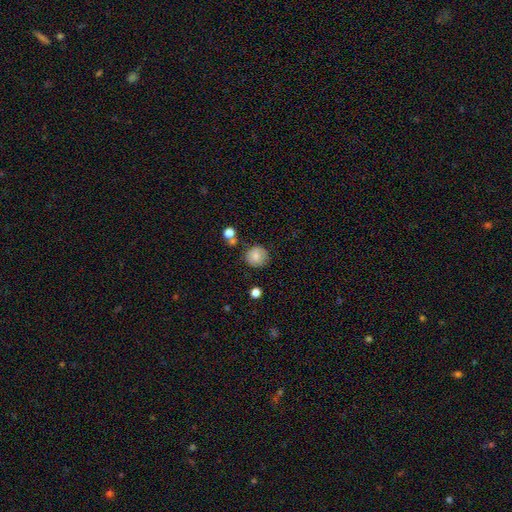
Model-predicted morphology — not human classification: Smooth or featured? Predicted: smooth (p=0.78). How rounded? Predicted: round (p=0.90). Merging? Predicted: none (p=0.79).